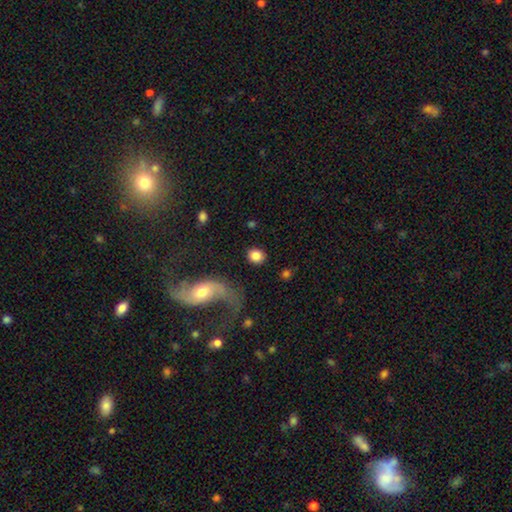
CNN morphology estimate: A smooth galaxy with no disk features (82%) that is round (70%).

Vote fractions:
- Smooth or featured? smooth: 82% / featured or disk: 10% / star or artifact: 8%
- How rounded? round: 70% / in between: 28% / cigar-shaped: 2%
- Merging? none: 84% / minor disturbance: 8% / major disturbance: 5% / merger: 3%